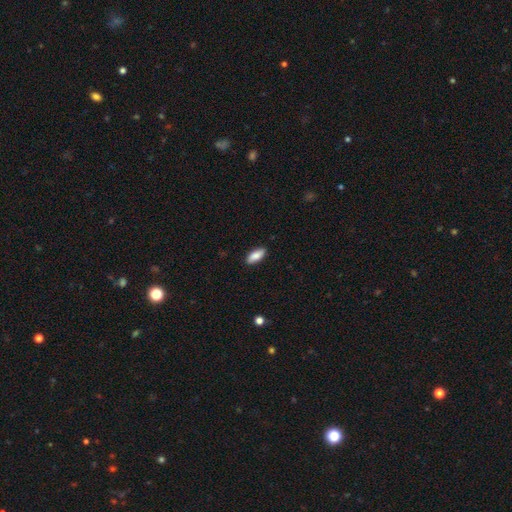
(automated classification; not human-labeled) A smooth galaxy with no disk features (84%) that is in between round and cigar-shaped (84%). Merging: none (88%).